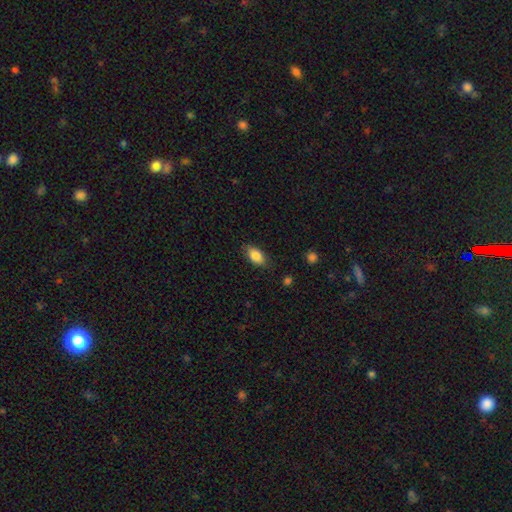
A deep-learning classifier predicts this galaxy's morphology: Q: Smooth or featured?
A: smooth (85%); runner-up: featured or disk (8%)
Q: How rounded?
A: in between (91%); runner-up: round (5%)
Q: Merging?
A: none (82%); runner-up: minor disturbance (14%)